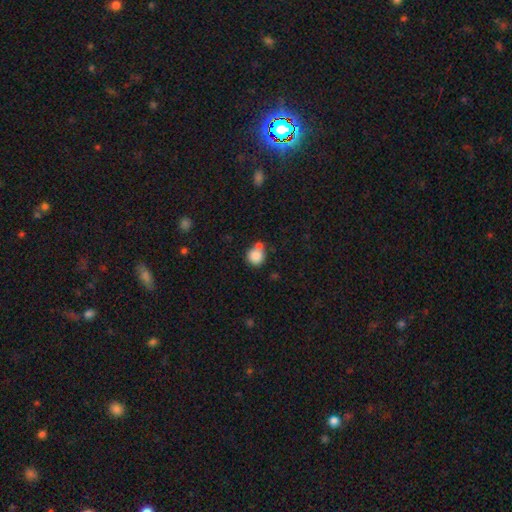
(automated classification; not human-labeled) Q: Smooth or featured?
A: smooth (84%); runner-up: star or artifact (10%)
Q: How rounded?
A: round (89%); runner-up: in between (10%)
Q: Merging?
A: none (56%); runner-up: merger (29%)